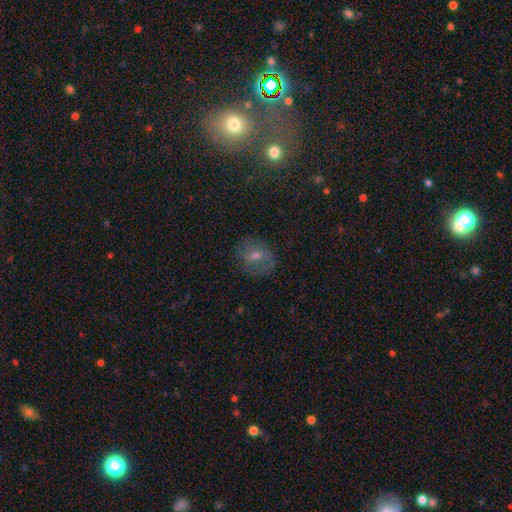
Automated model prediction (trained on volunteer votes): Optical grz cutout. It shows a featured or disk galaxy (44%). Merging: none (79%).